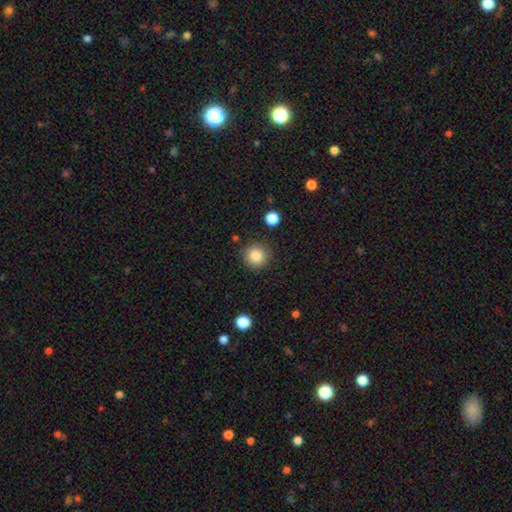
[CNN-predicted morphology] Q: Smooth or featured?
A: smooth (86%); runner-up: star or artifact (10%)
Q: How rounded?
A: round (94%); runner-up: in between (5%)
Q: Merging?
A: none (88%); runner-up: minor disturbance (8%)